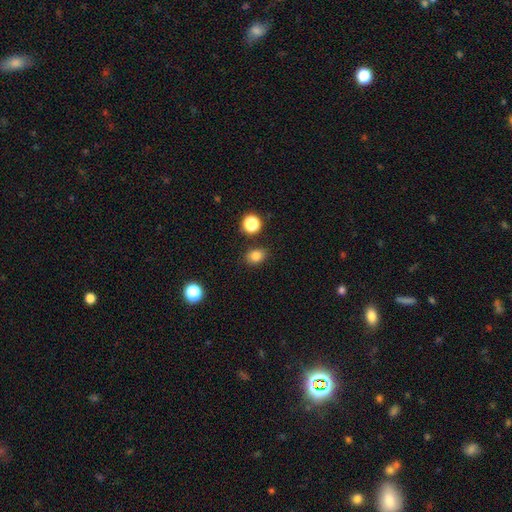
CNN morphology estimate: Smooth or featured? smooth (81%)
How rounded? in between (57%)
Merging? none (84%)